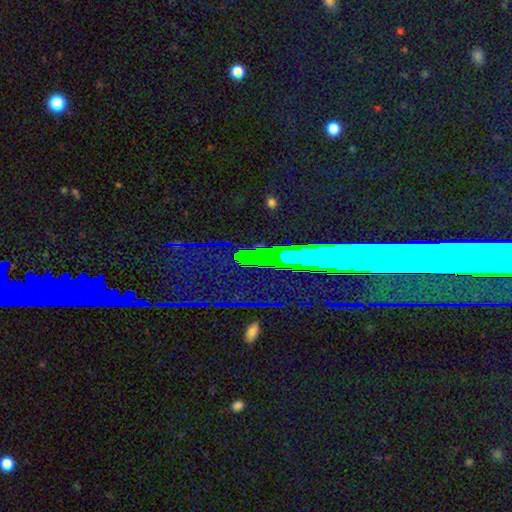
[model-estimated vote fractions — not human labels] Smooth or featured: star or artifact — 79% (featured or disk — 12%)